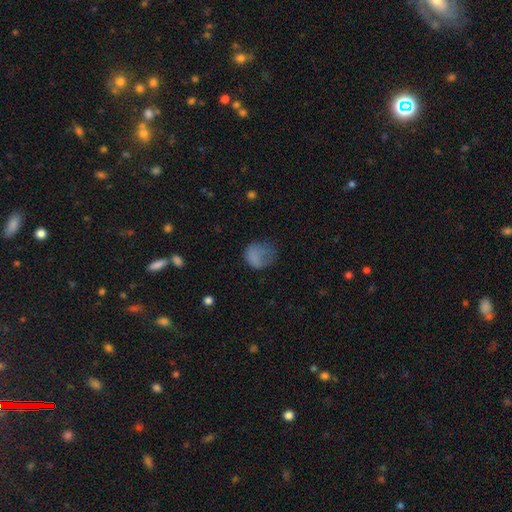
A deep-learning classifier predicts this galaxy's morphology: smooth-or-featured: smooth: 75% | featured or disk: 13% | star or artifact: 12%
  how-rounded: round: 58% | in between: 41% | cigar-shaped: 1%
  merging: major disturbance: 38% | none: 32% | minor disturbance: 28% | merger: 2%